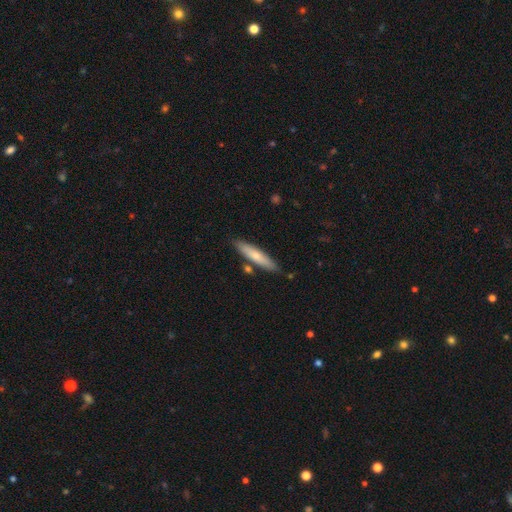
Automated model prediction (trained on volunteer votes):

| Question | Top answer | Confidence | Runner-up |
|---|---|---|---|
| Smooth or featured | smooth | 65% | featured or disk (29%) |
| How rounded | cigar-shaped | 86% | in between (12%) |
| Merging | none | 83% | minor disturbance (10%) |